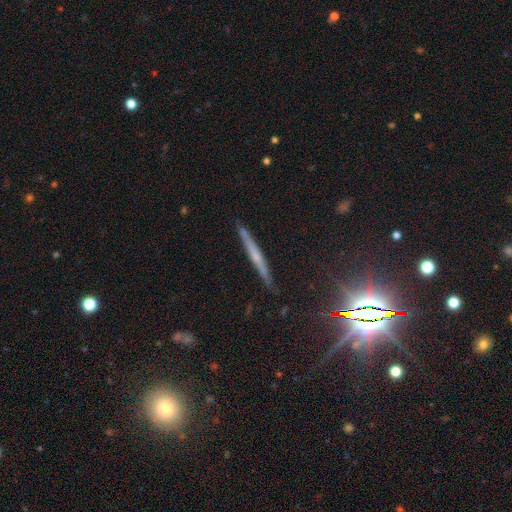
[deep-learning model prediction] Smooth or featured? Predicted: featured or disk (p=0.53). Edge-on disk? Predicted: yes (p=0.96). Edge-on bulge? Predicted: none (p=0.56). Merging? Predicted: none (p=0.87).